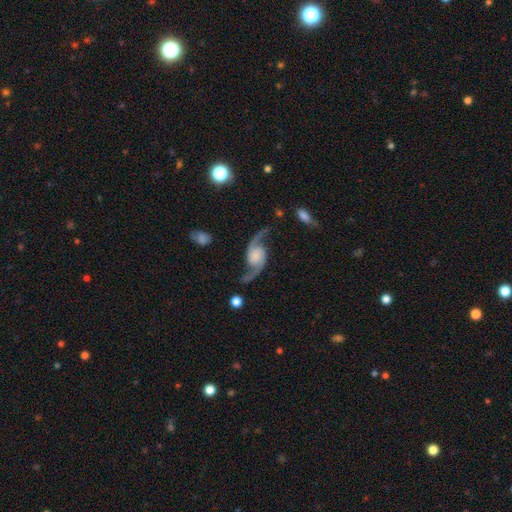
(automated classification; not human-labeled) Morphology: type=featured or disk (92%); edge-on=no (97%); bar=no (62%); spiral arms=yes (98%); winding=loose (79%); arm count=2 (95%); bulge=none (36%); merging=none (76%).